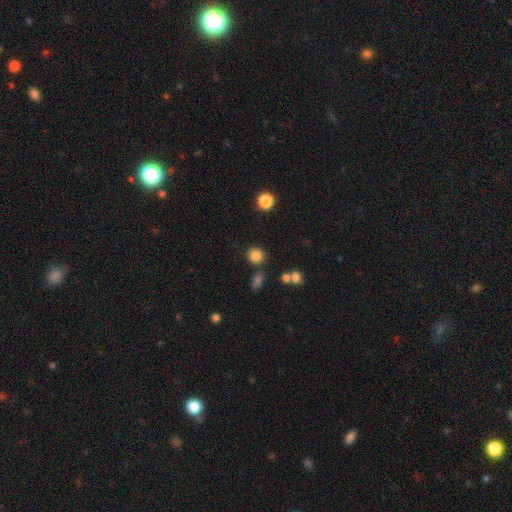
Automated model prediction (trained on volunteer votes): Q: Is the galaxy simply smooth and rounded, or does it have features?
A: smooth — 83%.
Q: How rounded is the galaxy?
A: round — 88%.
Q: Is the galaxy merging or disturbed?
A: none — 81%.